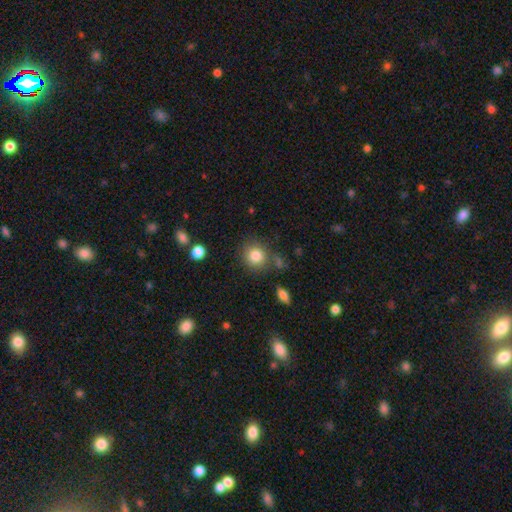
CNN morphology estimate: smooth_or_featured: smooth (p=0.84) [alt: star or artifact p=0.10]
how_rounded: round (p=0.85) [alt: in between p=0.14]
merging: none (p=0.77) [alt: minor disturbance p=0.12]